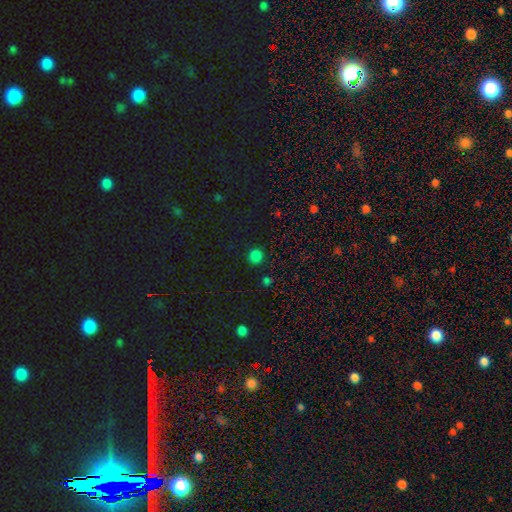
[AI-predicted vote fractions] Smooth or featured? smooth (79%)
How rounded? round (92%)
Merging? none (90%)